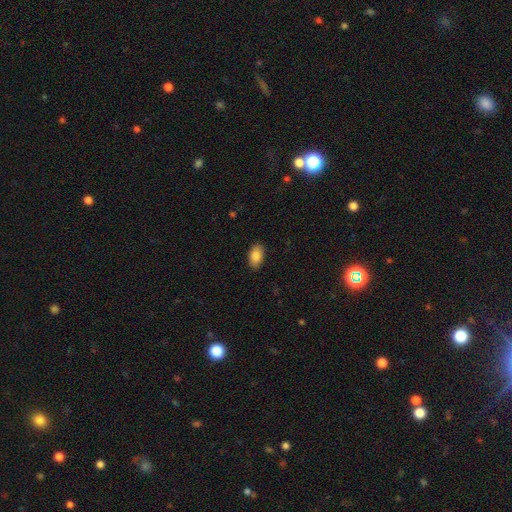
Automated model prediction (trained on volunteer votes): Smooth or featured?
  - smooth: 86% *
  - star or artifact: 7%
  - featured or disk: 7%
How rounded?
  - in between: 93% *
  - round: 5%
  - cigar-shaped: 2%
Merging?
  - none: 88% *
  - minor disturbance: 9%
  - major disturbance: 2%
  - merger: 1%